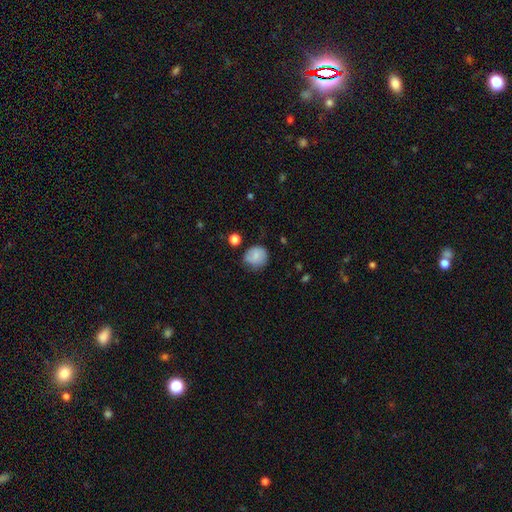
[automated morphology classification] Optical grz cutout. It shows a smooth galaxy with no disk features (75%) that is round (77%). Merging: none (63%).